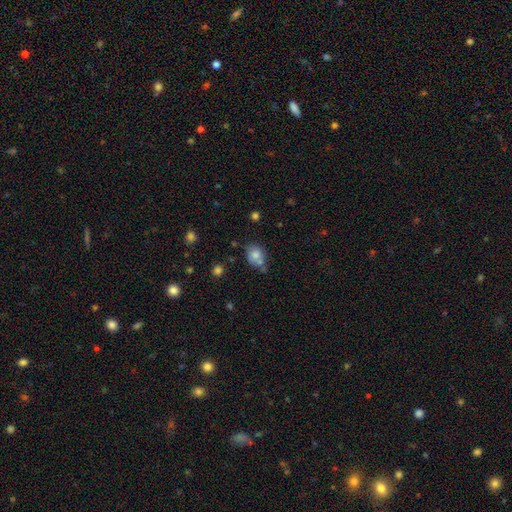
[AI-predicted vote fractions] This is likely a smooth galaxy (76%). How rounded: possibly round (55%). Merging: possibly none (52%).